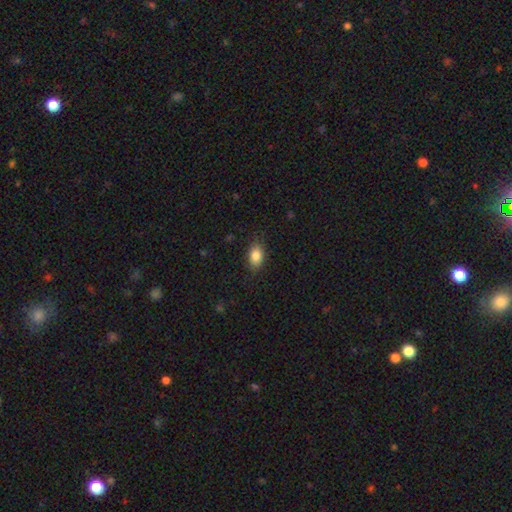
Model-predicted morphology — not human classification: This appears to be a smooth galaxy with no disk features (85%) that is in between round and cigar-shaped (86%). Merging: none (84%).